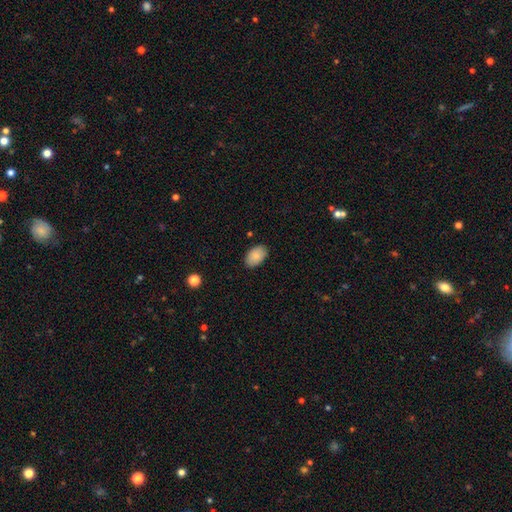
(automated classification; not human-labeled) Morphology: type=smooth (82%); roundness=in between (91%); merging=none (87%).